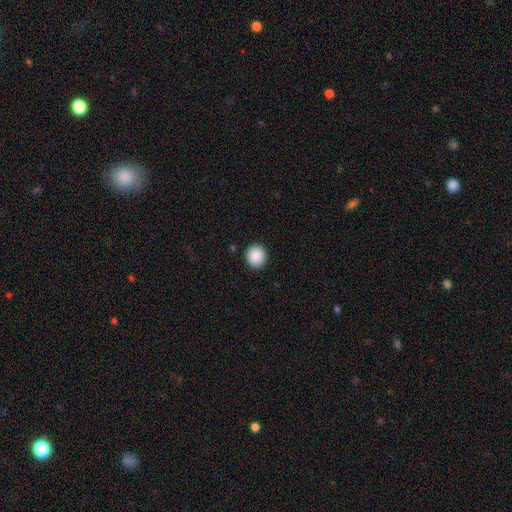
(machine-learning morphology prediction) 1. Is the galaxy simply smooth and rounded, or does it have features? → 90% smooth, 8% star or artifact, 2% featured or disk.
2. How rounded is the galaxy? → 86% round, 14% in between, 1% cigar-shaped.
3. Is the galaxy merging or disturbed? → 91% none, 6% minor disturbance, 2% major disturbance, 1% merger.